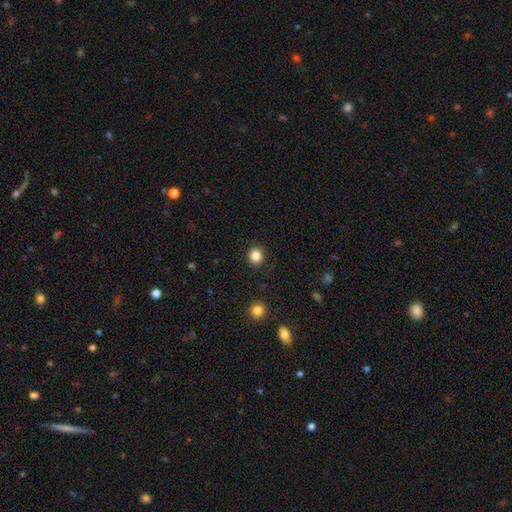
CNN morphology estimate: This appears to be a smooth galaxy with no disk features (84%) that is round (91%). Merging: none (91%).